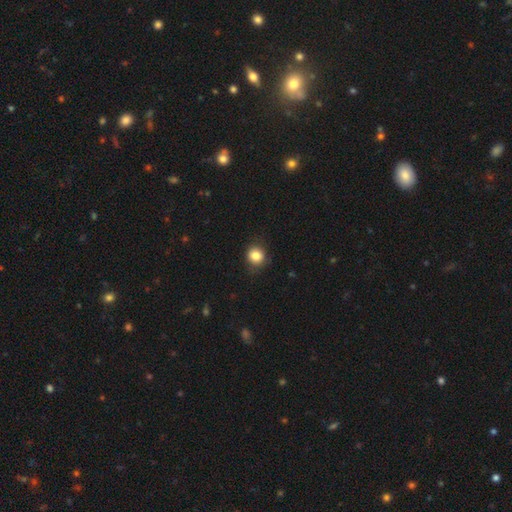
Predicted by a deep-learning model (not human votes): This appears to be a smooth galaxy with no disk features (84%) that is round (85%). Merging: none (81%).